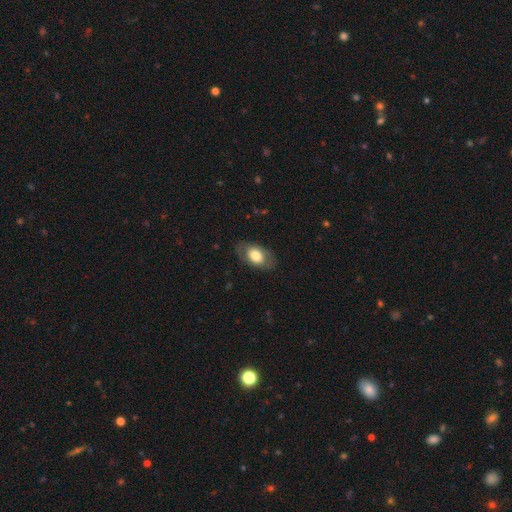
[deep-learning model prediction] Q: Smooth or featured?
A: smooth (67%); runner-up: featured or disk (27%)
Q: How rounded?
A: in between (89%); runner-up: round (10%)
Q: Merging?
A: none (79%); runner-up: minor disturbance (14%)